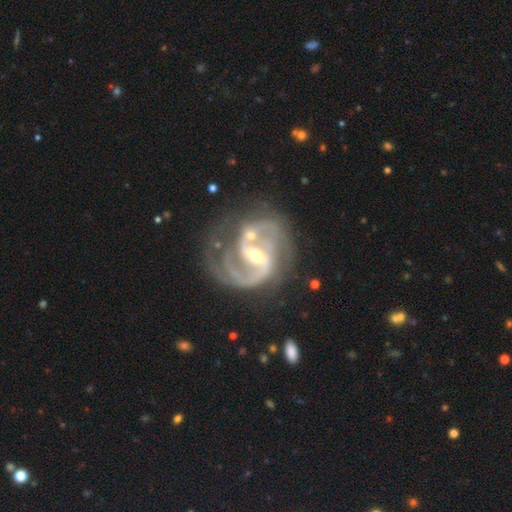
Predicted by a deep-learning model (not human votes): smooth_or_featured: featured or disk (p=0.92) [alt: star or artifact p=0.05]
disk_edge_on: no (p=0.98) [alt: yes p=0.02]
bar: strong (p=0.42) [alt: weak p=0.41]
has_spiral_arms: yes (p=0.98) [alt: no p=0.02]
spiral_winding: medium (p=0.59) [alt: tight p=0.23]
spiral_arm_count: 2 (p=0.84) [alt: 3 p=0.05]
bulge_size: small (p=0.52) [alt: moderate p=0.44]
merging: none (p=0.53) [alt: minor disturbance p=0.19]